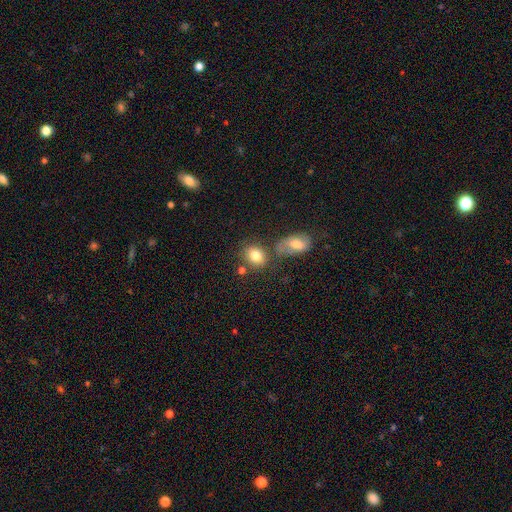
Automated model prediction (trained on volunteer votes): Morphology: type=smooth (80%); roundness=in between (60%); merging=none (58%).